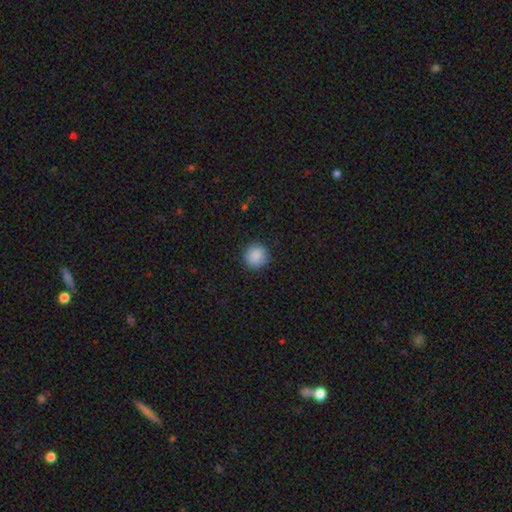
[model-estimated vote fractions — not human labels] smooth 88%, star or artifact 8%, featured or disk 3%. Down the decision tree: how rounded — round (92%); merging — none (89%).